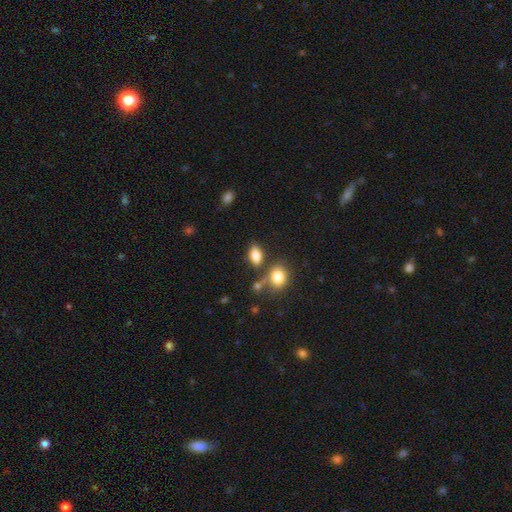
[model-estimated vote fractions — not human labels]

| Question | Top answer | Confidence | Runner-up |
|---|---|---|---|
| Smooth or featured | smooth | 82% | star or artifact (9%) |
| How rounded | in between | 86% | round (11%) |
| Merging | none | 67% | merger (14%) |